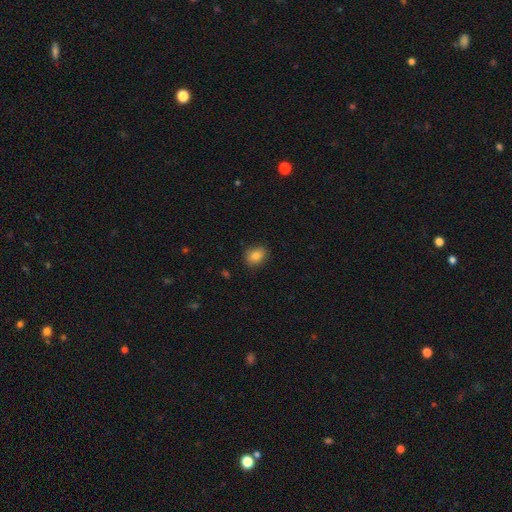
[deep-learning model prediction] A smooth galaxy with no disk features (83%) that is in between round and cigar-shaped (55%). Merging: none (84%).